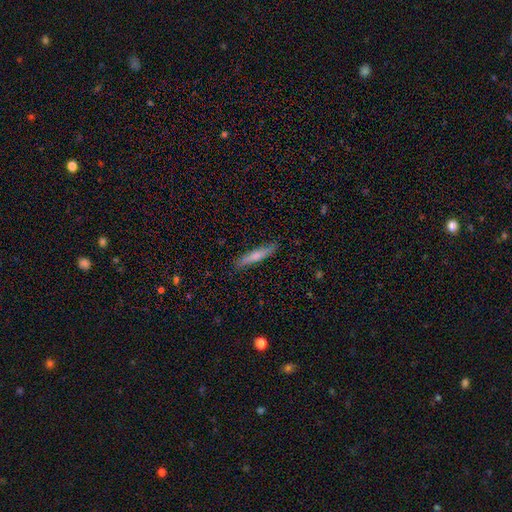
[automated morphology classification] This is likely a smooth galaxy (68%). How rounded: clearly cigar-shaped (91%). Merging: clearly none (88%).